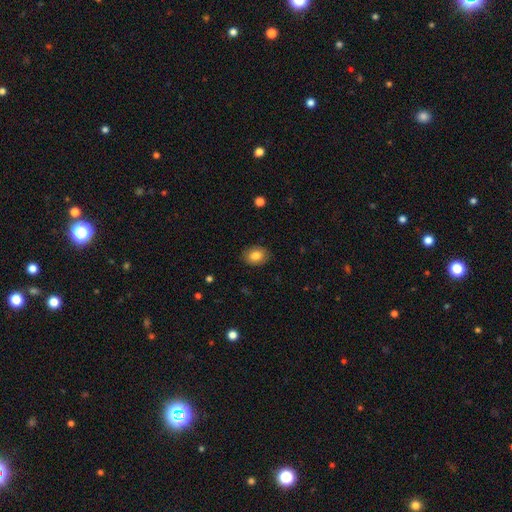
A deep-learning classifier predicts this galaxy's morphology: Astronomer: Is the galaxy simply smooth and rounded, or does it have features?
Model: smooth — 83%.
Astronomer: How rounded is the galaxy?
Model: in between — 66%.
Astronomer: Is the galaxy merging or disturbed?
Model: none — 88%.